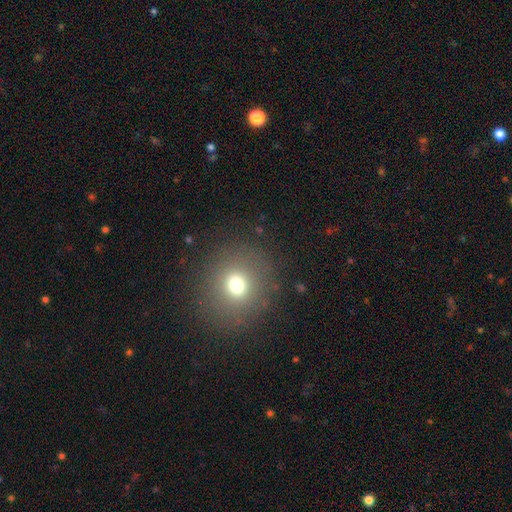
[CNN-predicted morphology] This is likely a smooth galaxy (67%). How rounded: clearly round (87%). Merging: clearly none (90%).